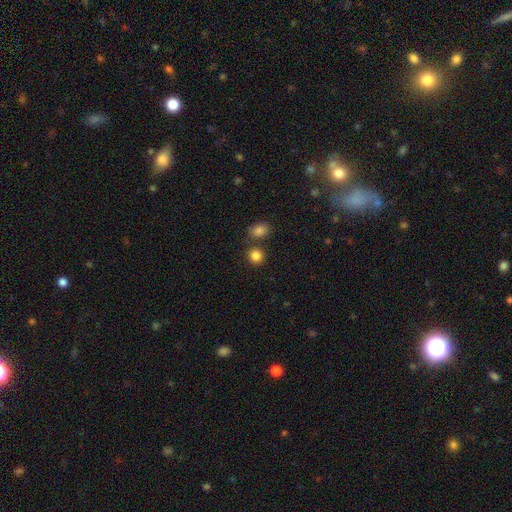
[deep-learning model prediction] Overall: smooth (85%). How rounded: round (80%). Merging: none (72%).